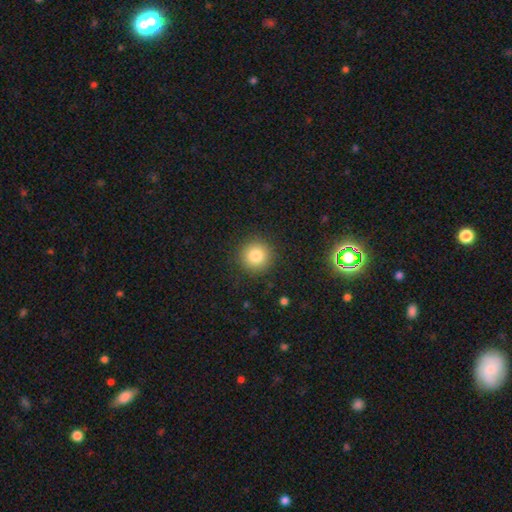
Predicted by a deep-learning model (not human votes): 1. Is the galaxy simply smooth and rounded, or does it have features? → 82% smooth, 10% star or artifact, 8% featured or disk.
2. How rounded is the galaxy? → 95% round, 4% in between, 1% cigar-shaped.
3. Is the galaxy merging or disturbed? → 91% none, 6% minor disturbance, 2% major disturbance, 1% merger.